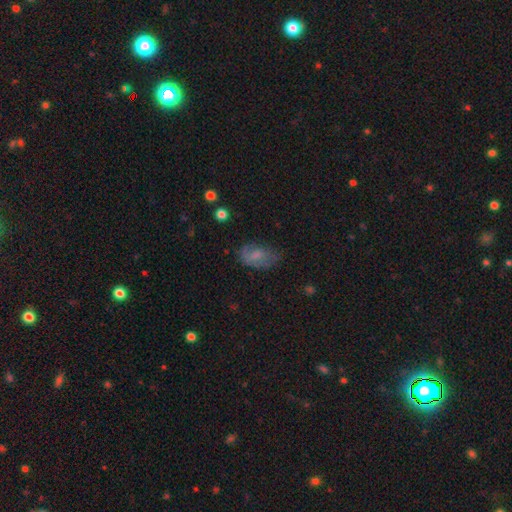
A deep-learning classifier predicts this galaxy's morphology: This appears to be a smooth galaxy with no disk features (59%) that is in between round and cigar-shaped (89%). Merging: none (47%).